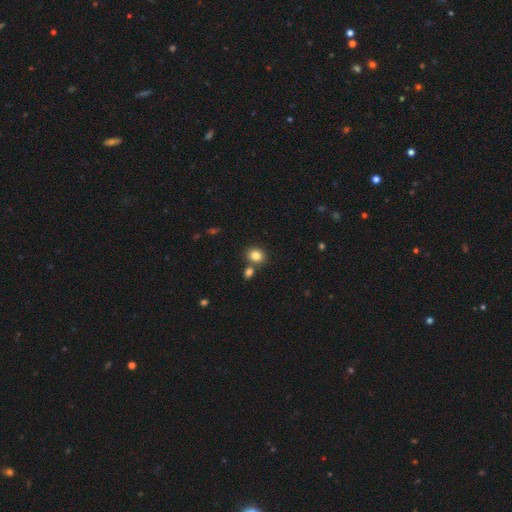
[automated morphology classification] This appears to be a smooth galaxy with no disk features (83%) that is round (67%). Merging: none (68%).